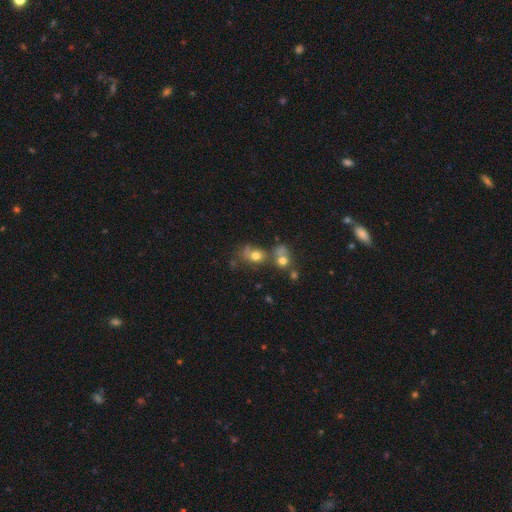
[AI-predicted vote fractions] Smooth or featured: smooth — 70% (star or artifact — 15%)
How rounded: round — 59% (in between — 39%)
Merging: merger — 38% (none — 37%)